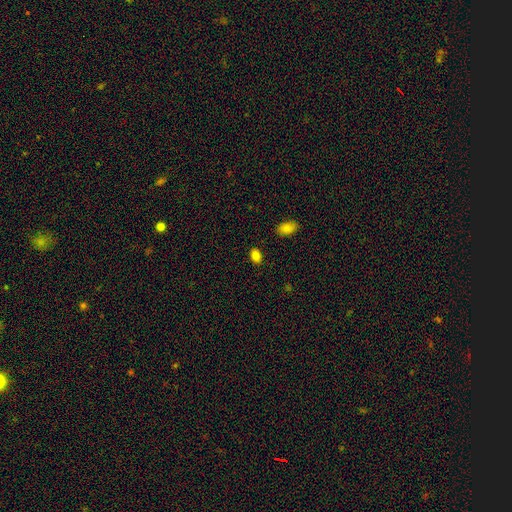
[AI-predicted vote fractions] A smooth galaxy with no disk features (85%) that is in between round and cigar-shaped (84%).

Vote fractions:
- Smooth or featured? smooth: 85% / star or artifact: 10% / featured or disk: 5%
- How rounded? in between: 84% / round: 15% / cigar-shaped: 1%
- Merging? none: 87% / minor disturbance: 9% / major disturbance: 2% / merger: 2%